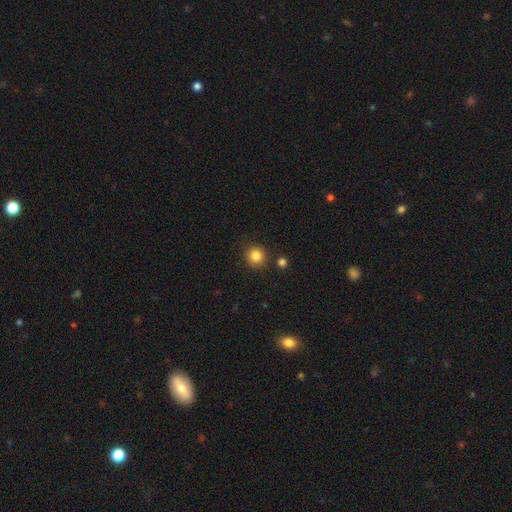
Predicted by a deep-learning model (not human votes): Q: Smooth or featured?
A: smooth (85%); runner-up: star or artifact (11%)
Q: How rounded?
A: round (93%); runner-up: in between (6%)
Q: Merging?
A: none (88%); runner-up: minor disturbance (7%)